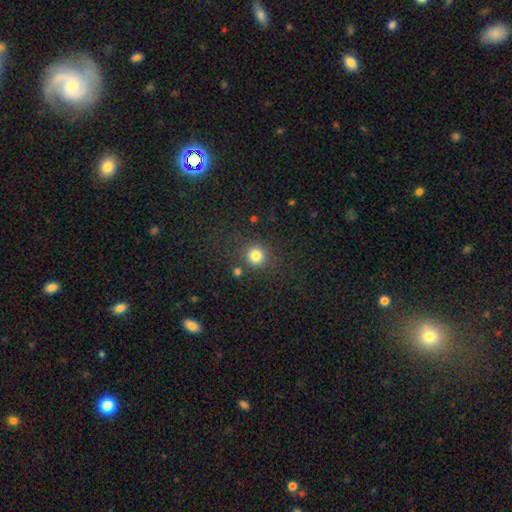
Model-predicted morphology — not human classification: smooth-or-featured: smooth: 82% | star or artifact: 13% | featured or disk: 6%
  how-rounded: round: 89% | in between: 10% | cigar-shaped: 1%
  merging: none: 81% | minor disturbance: 9% | merger: 6% | major disturbance: 5%